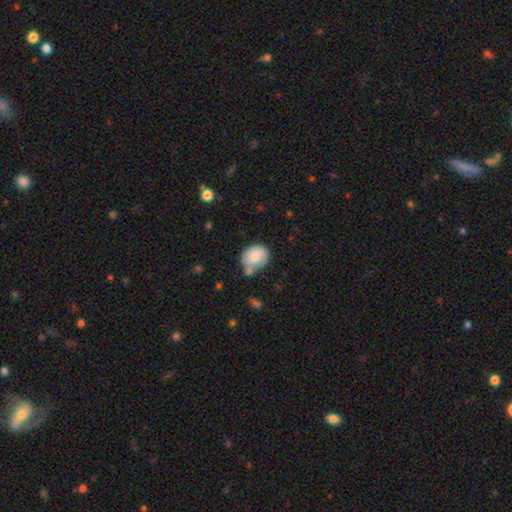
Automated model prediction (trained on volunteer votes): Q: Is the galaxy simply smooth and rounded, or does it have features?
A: smooth — 77%.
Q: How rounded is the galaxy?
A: round — 54%.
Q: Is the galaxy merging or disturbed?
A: none — 51%.